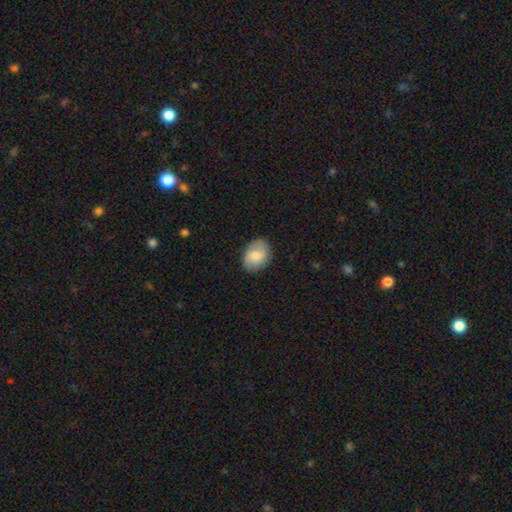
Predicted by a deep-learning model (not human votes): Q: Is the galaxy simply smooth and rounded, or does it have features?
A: smooth — 71%.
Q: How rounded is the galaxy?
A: in between — 69%.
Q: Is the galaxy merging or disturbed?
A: none — 83%.